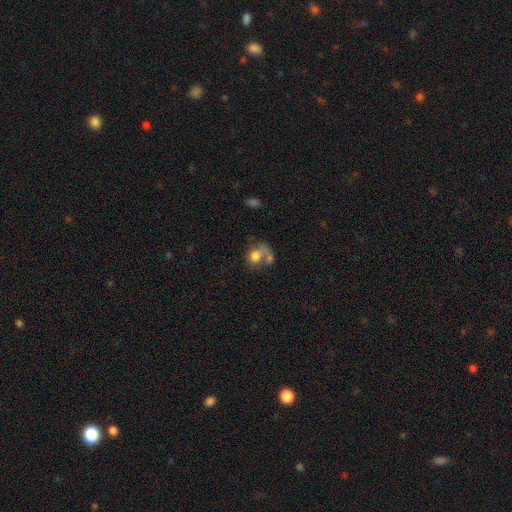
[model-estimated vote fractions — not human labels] This appears to be a smooth galaxy with no disk features (64%) that is round (54%). Merging: merger (41%).